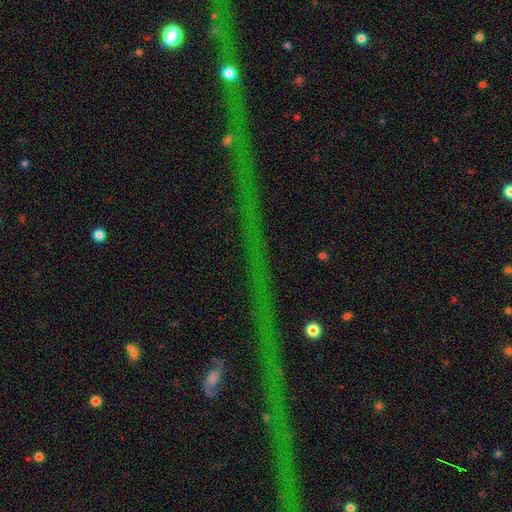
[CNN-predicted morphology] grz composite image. It shows a star or artifact, not a galaxy (68%).